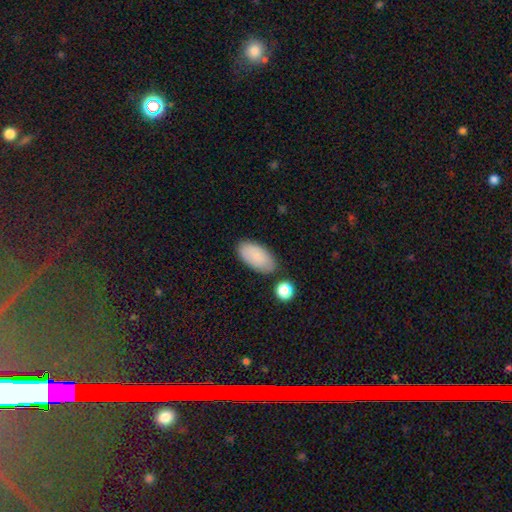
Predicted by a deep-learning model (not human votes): This is clearly a smooth galaxy (84%). How rounded: clearly in between (95%). Merging: likely none (76%).